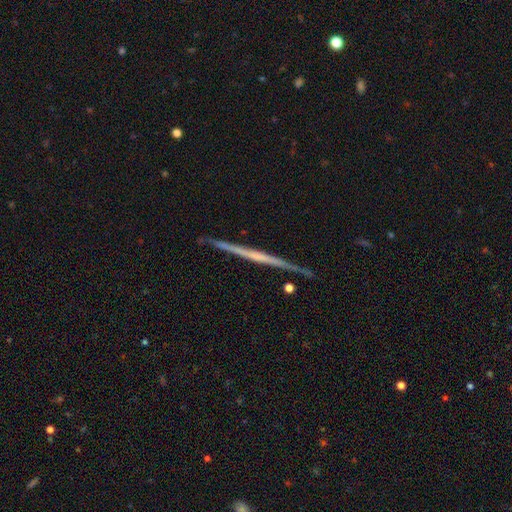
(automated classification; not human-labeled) Smooth or featured? Predicted: featured or disk (p=0.72). Edge-on disk? Predicted: yes (p=0.98). Edge-on bulge? Predicted: none (p=0.78). Merging? Predicted: none (p=0.90).